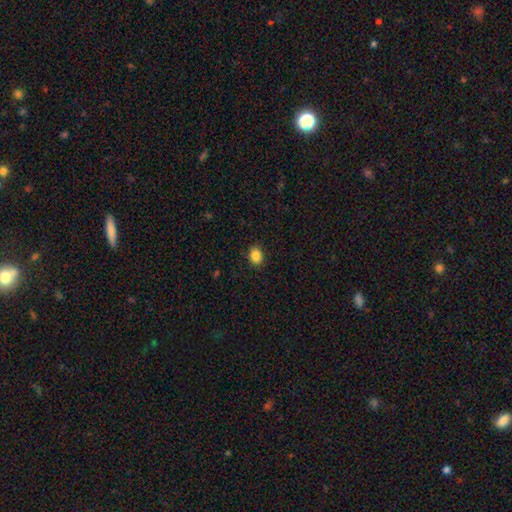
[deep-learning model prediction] Smooth or featured? Predicted: smooth (p=0.86). How rounded? Predicted: in between (p=0.64). Merging? Predicted: none (p=0.90).